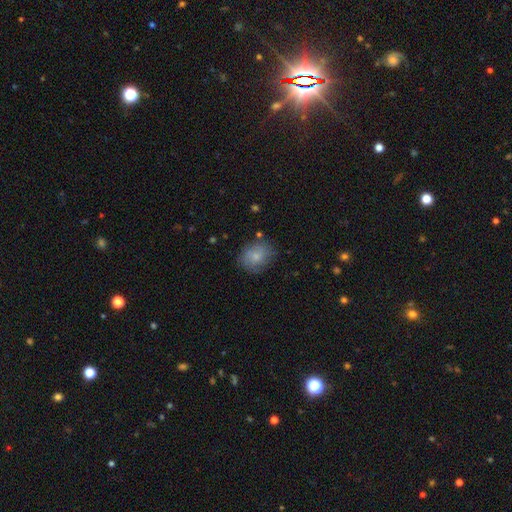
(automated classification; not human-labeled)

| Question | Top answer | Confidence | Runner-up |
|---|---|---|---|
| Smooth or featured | smooth | 75% | featured or disk (17%) |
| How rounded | round | 58% | in between (41%) |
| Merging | none | 73% | minor disturbance (19%) |